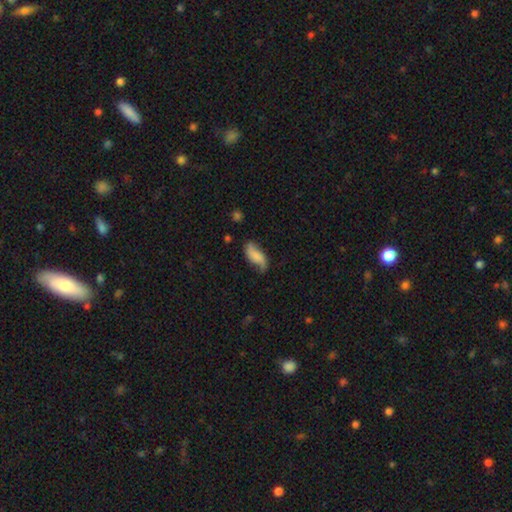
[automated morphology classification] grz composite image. It shows a featured or disk galaxy (49%). Merging: none (66%).